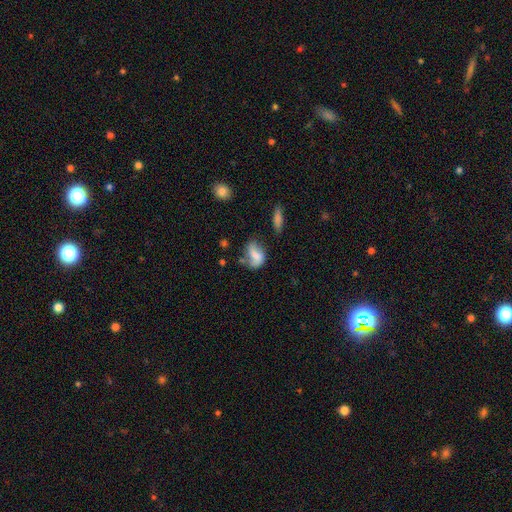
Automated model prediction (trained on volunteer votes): The model was most divided on "merging": none: 40%, minor disturbance: 29%, major disturbance: 19%, merger: 12%. More confident: how rounded — in between (76%); smooth or featured — smooth (54%).